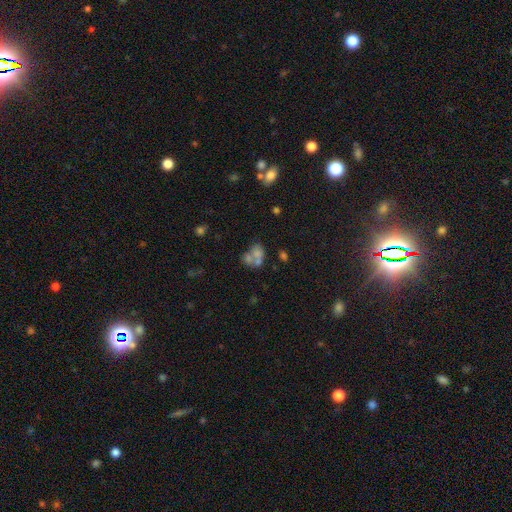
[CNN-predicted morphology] Smooth or featured: smooth — 55% (featured or disk — 32%)
How rounded: in between — 61% (round — 37%)
Merging: merger — 58% (none — 24%)